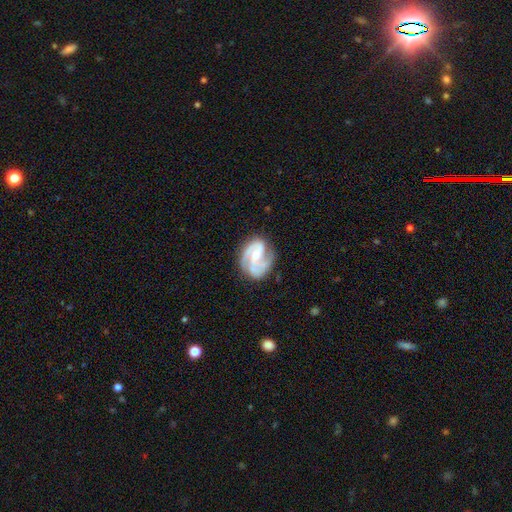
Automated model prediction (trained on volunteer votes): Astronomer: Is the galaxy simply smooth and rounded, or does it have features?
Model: featured or disk — 86%.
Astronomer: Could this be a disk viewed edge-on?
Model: no — 98%.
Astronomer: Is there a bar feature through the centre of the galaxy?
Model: no — 49% (runner-up: weak, 39%).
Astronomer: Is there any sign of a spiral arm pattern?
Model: yes — 97%.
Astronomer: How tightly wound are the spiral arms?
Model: medium — 48% (runner-up: tight, 39%).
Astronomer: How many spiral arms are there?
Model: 2 — 44% (runner-up: 3, 37%).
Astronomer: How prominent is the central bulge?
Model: small — 51% (runner-up: moderate, 43%).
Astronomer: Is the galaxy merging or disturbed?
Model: none — 65%.